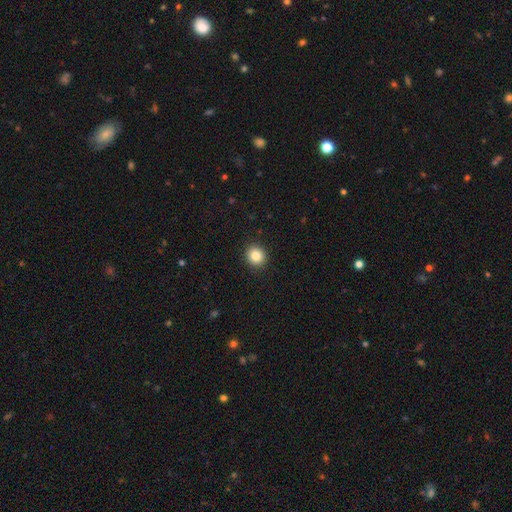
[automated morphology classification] smooth_or_featured: smooth (p=0.85) [alt: star or artifact p=0.10]
how_rounded: round (p=0.86) [alt: in between p=0.14]
merging: none (p=0.92) [alt: minor disturbance p=0.05]